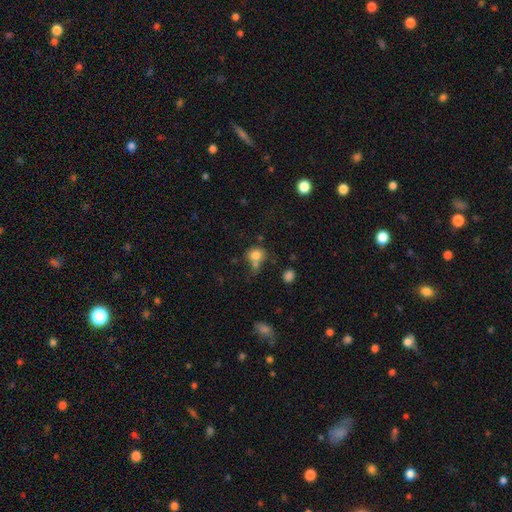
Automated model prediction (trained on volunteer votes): Smooth or featured? smooth (79%)
How rounded? round (68%)
Merging? none (47%)